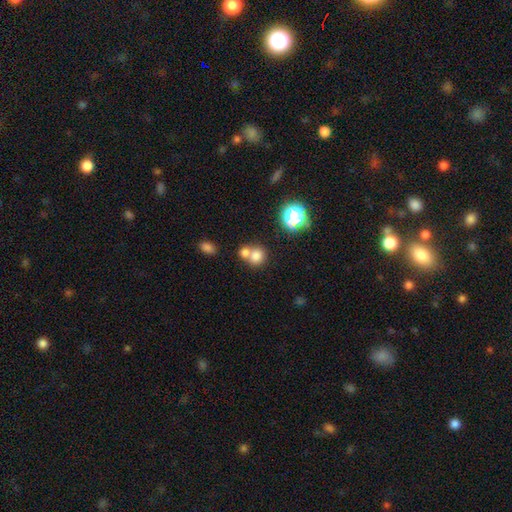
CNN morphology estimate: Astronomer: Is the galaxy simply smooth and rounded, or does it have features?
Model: smooth — 75%.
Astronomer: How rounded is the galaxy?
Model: round — 82%.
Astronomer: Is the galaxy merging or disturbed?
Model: merger — 45%, tied with none at 45%.